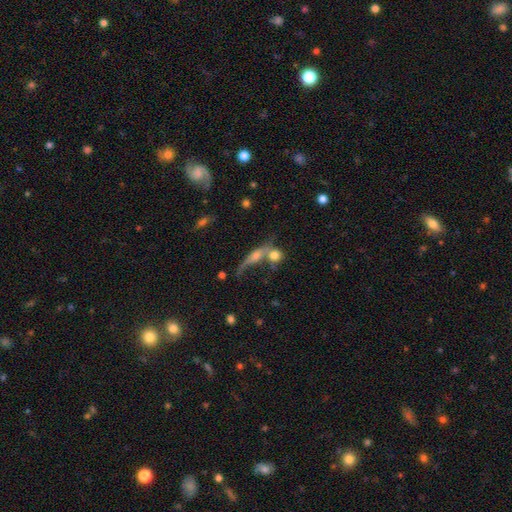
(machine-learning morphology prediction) Smooth or featured? featured or disk (45%)
Merging? merger (37%, tied with none)